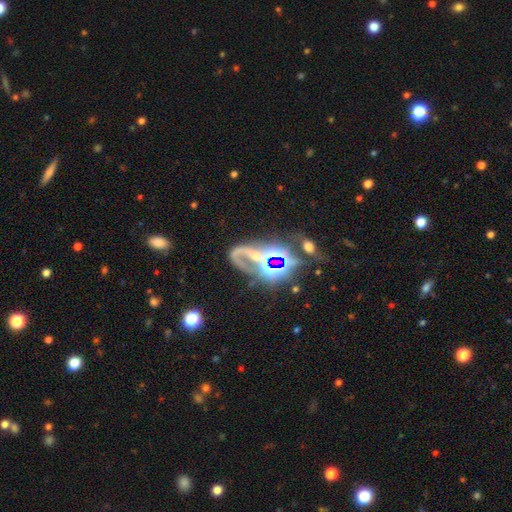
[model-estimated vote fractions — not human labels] Morphology: type=featured or disk (47%); merging=none (31%).